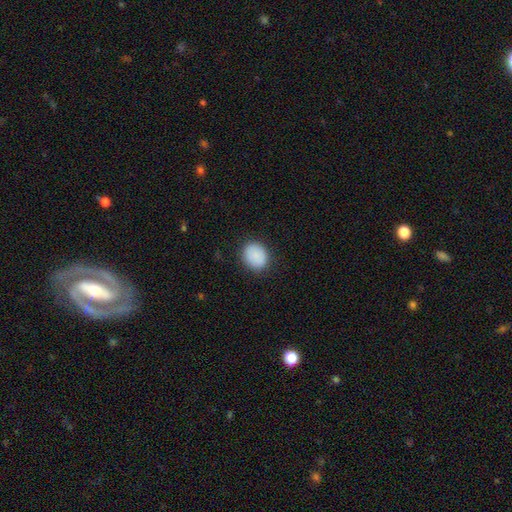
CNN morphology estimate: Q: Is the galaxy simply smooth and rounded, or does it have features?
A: smooth — 88%.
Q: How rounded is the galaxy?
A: round — 58%.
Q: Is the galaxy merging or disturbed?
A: none — 86%.